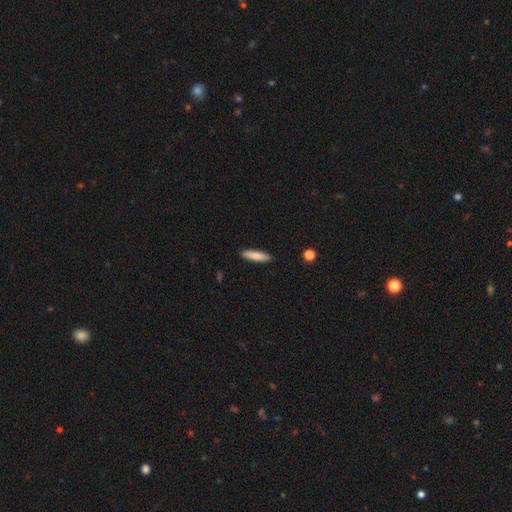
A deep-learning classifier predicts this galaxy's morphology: Smooth or featured? smooth (83%)
How rounded? cigar-shaped (76%)
Merging? none (90%)